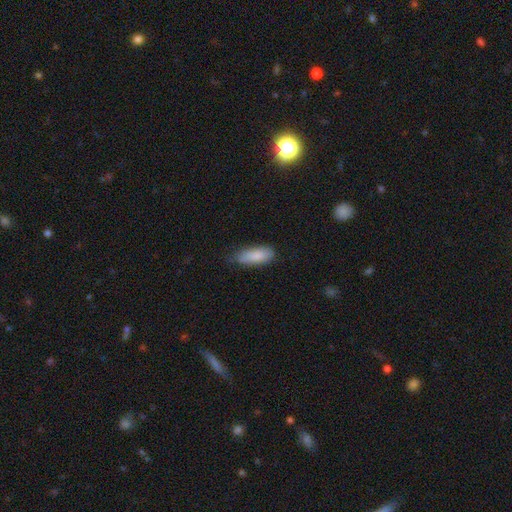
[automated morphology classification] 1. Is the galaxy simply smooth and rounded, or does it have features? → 86% smooth, 8% featured or disk, 6% star or artifact.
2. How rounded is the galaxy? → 73% in between, 25% cigar-shaped, 2% round.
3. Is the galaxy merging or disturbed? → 67% none, 27% minor disturbance, 5% major disturbance, 1% merger.